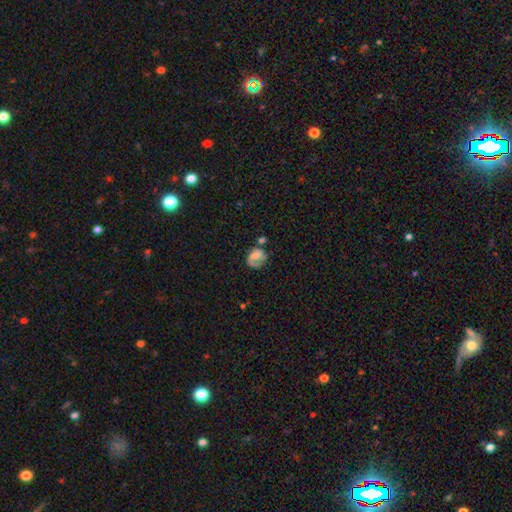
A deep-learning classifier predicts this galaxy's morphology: A smooth galaxy with no disk features (52%) that is round (51%). Merging: none (37%).